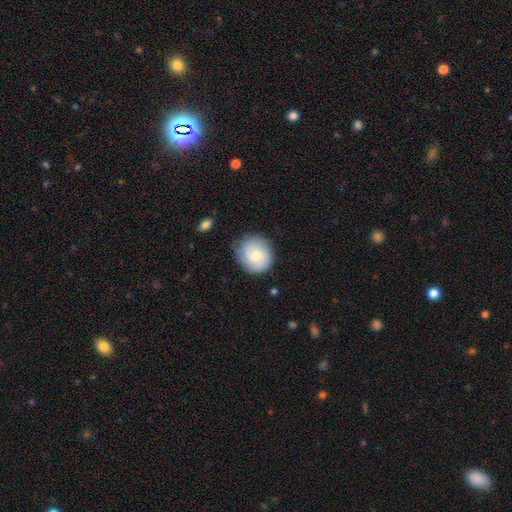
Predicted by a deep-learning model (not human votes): Smooth or featured: smooth — 55% (featured or disk — 38%)
How rounded: round — 85% (in between — 14%)
Merging: none — 81% (minor disturbance — 14%)